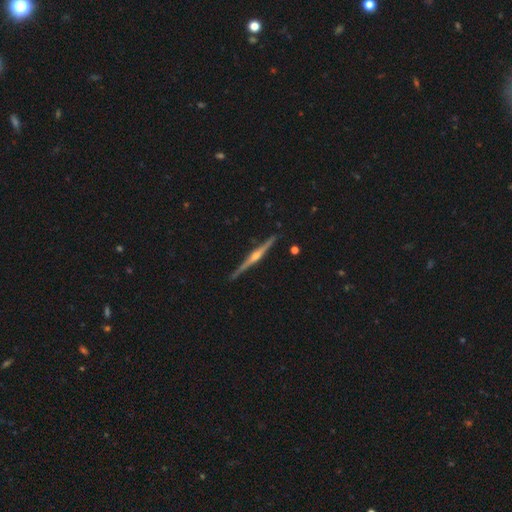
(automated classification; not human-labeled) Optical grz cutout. It shows a featured or disk galaxy (87%) viewed edge-on (99%) with a rounded central bulge (91%). Merging: none (91%).